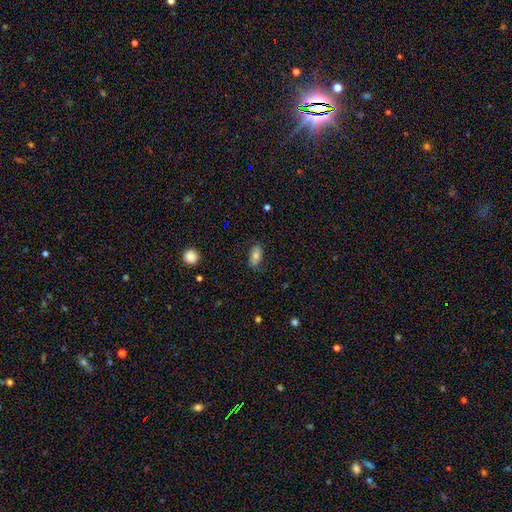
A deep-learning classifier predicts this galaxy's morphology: Overall: smooth (68%). How rounded: in between (88%). Merging: none (78%).